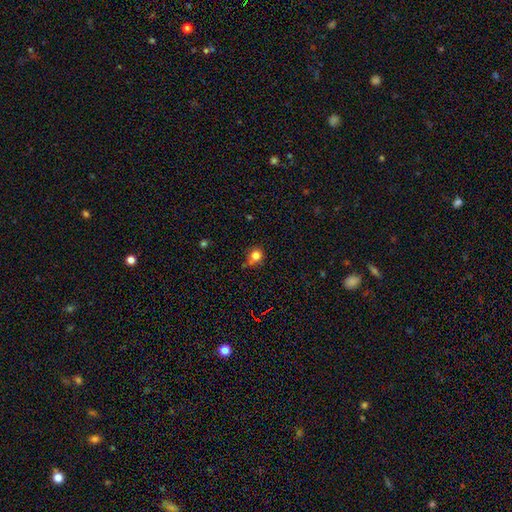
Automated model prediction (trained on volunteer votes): Smooth or featured? Predicted: smooth (p=0.80). How rounded? Predicted: round (p=0.86). Merging? Predicted: none (p=0.68).